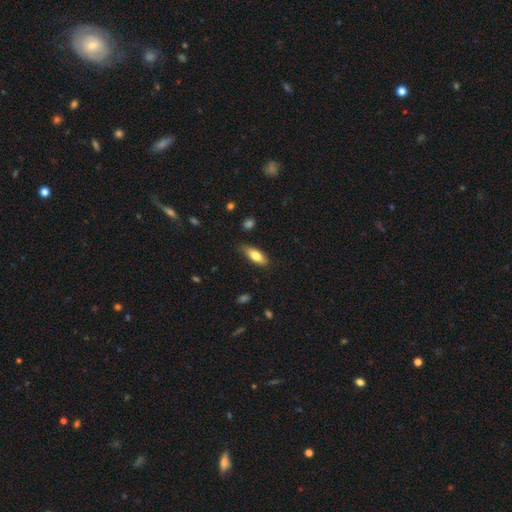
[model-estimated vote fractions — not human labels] A smooth galaxy with no disk features (75%) that is in between round and cigar-shaped (67%). Merging: none (76%).